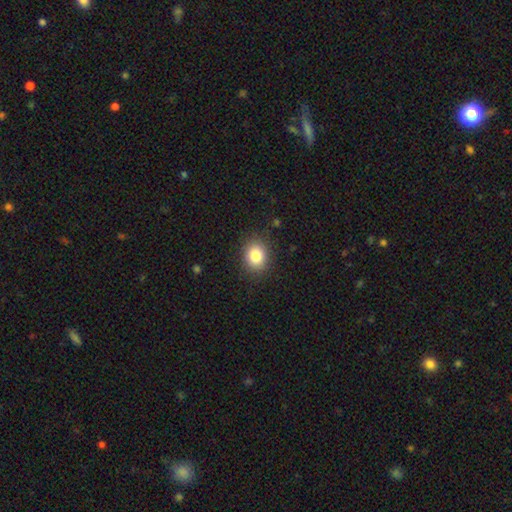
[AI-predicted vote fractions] Smooth or featured? Predicted: smooth (p=0.84). How rounded? Predicted: round (p=0.57). Merging? Predicted: none (p=0.86).